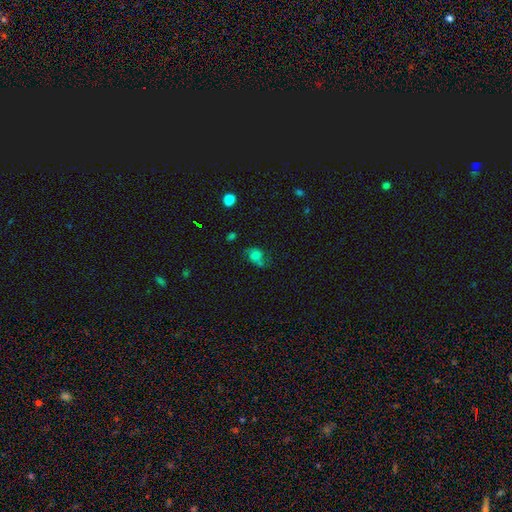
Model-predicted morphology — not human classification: smooth-or-featured: smooth: 55% | featured or disk: 29% | star or artifact: 17%
  how-rounded: in between: 50% | round: 48% | cigar-shaped: 2%
  merging: none: 44% | minor disturbance: 27% | major disturbance: 21% | merger: 7%